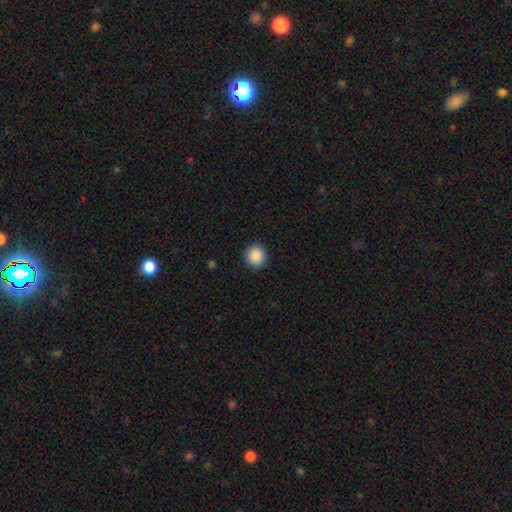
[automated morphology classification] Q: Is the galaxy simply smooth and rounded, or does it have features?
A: smooth — 89%.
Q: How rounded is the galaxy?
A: round — 89%.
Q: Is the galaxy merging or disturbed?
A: none — 92%.